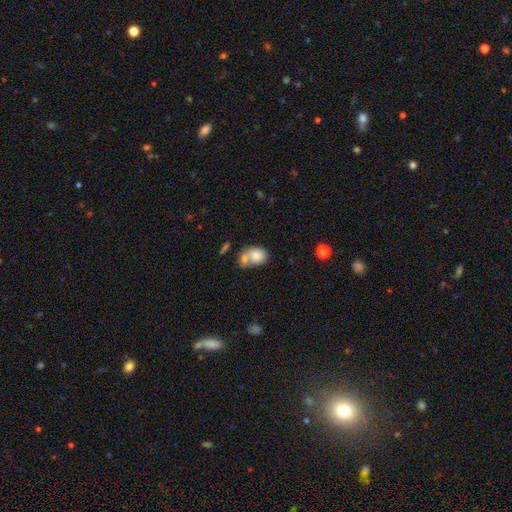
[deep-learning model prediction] Morphology: type=smooth (79%); roundness=in between (64%); merging=merger (49%).